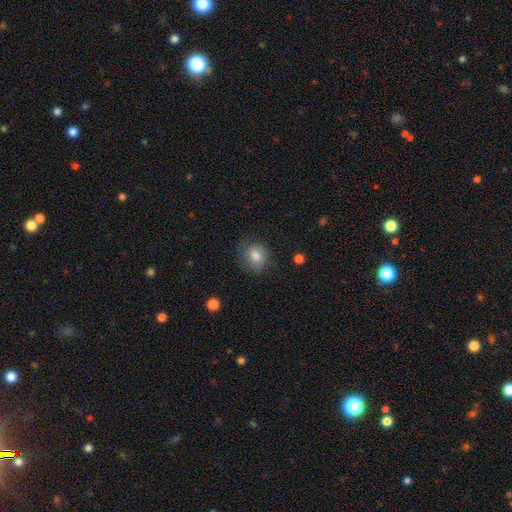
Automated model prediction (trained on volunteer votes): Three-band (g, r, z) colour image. It shows a smooth galaxy with no disk features (82%) that is round (80%). Merging: none (77%).